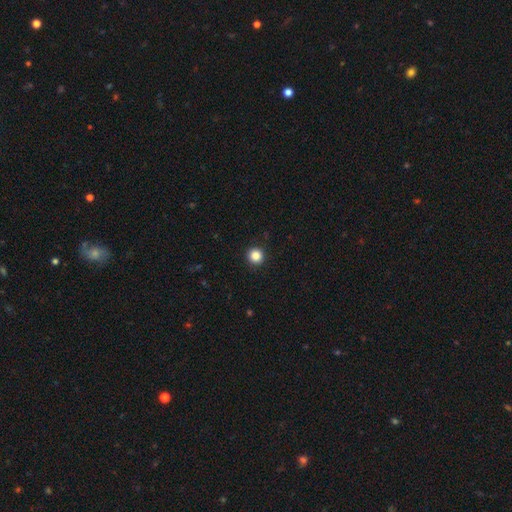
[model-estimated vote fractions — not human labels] Smooth or featured?
  - smooth: 87% *
  - star or artifact: 10%
  - featured or disk: 3%
How rounded?
  - round: 95% *
  - in between: 4%
  - cigar-shaped: 1%
Merging?
  - none: 93% *
  - minor disturbance: 5%
  - major disturbance: 2%
  - merger: 1%